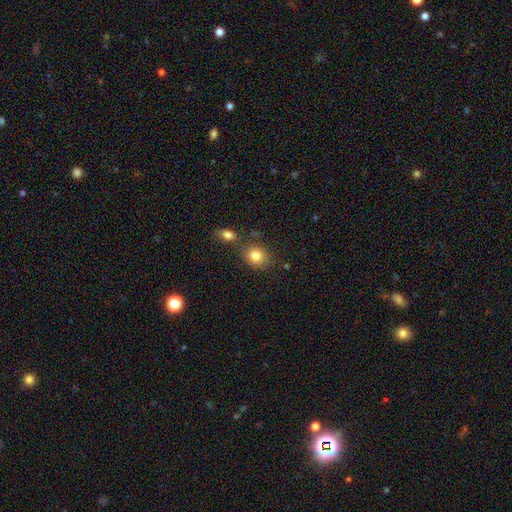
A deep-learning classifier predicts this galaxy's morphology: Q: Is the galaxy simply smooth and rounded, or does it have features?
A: smooth — 83%.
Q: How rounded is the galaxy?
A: round — 61%.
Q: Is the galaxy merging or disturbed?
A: none — 72%.